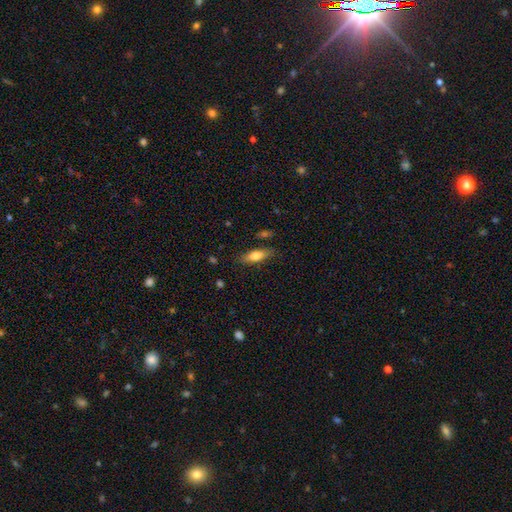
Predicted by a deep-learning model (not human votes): Morphology: type=smooth (71%); roundness=in between (55%); merging=none (80%).